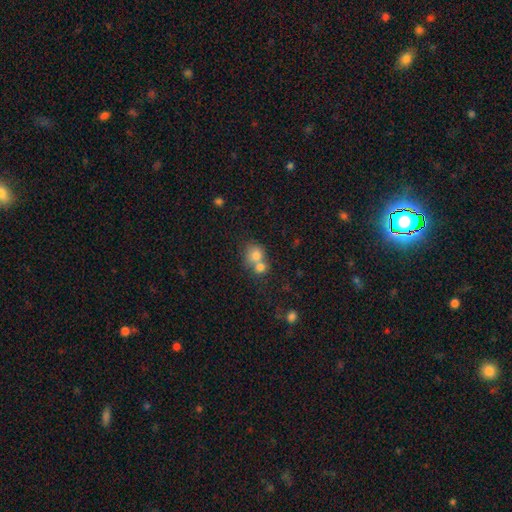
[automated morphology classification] The model was most divided on "merging": merger: 58%, none: 33%, minor disturbance: 7%, major disturbance: 3%. More confident: smooth or featured — smooth (77%); how rounded — round (75%).